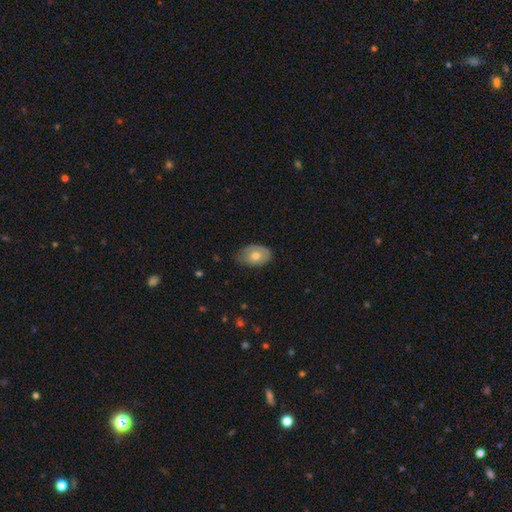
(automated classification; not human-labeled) smooth-or-featured: smooth: 61% | featured or disk: 32% | star or artifact: 7%
  how-rounded: in between: 83% | round: 15% | cigar-shaped: 1%
  merging: none: 63% | minor disturbance: 30% | major disturbance: 6% | merger: 1%